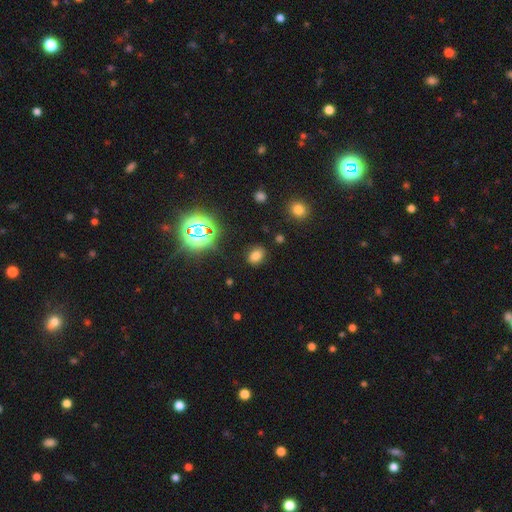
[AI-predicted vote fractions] This appears to be a smooth galaxy with no disk features (68%) that is in between round and cigar-shaped (63%). Merging: none (85%).